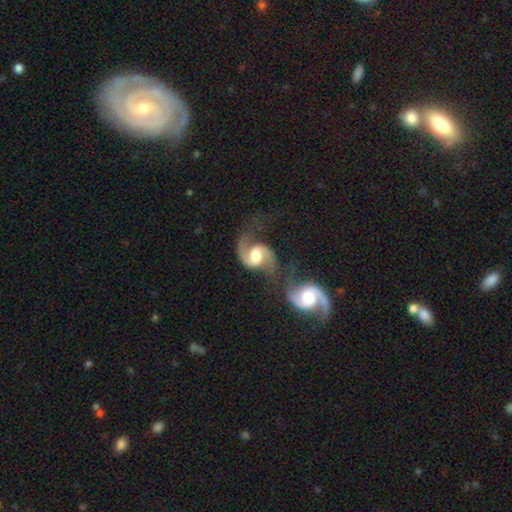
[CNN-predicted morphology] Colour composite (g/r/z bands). It shows a featured or disk galaxy (87%) with a weak bar (48%), 2 (90%) medium (48%) spiral arms (96%) and a moderate central bulge (54%). Merging: none (40%).